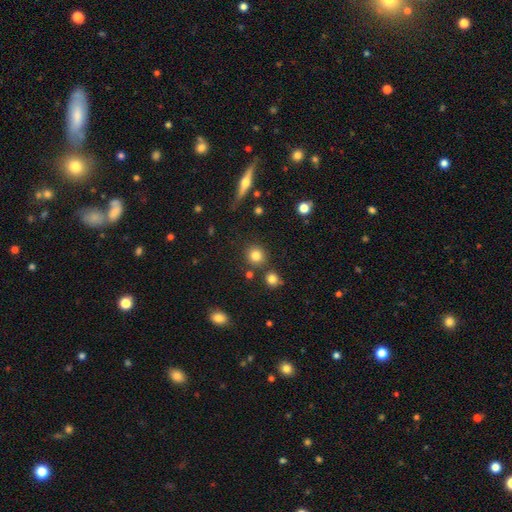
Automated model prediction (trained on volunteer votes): Overall: smooth (81%). How rounded: round (90%). Merging: none (83%).